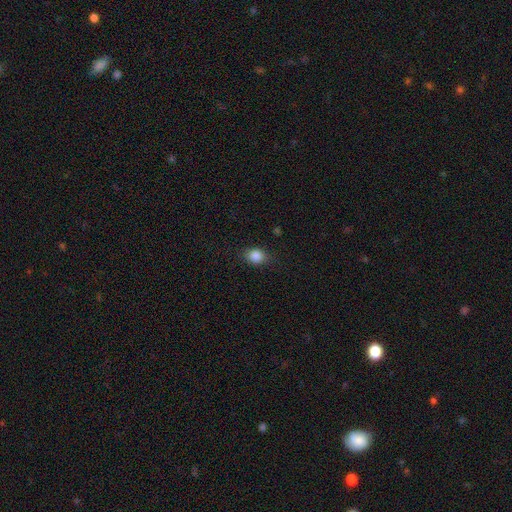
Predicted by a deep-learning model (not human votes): A smooth galaxy with no disk features (85%) that is round (54%). Merging: none (81%).